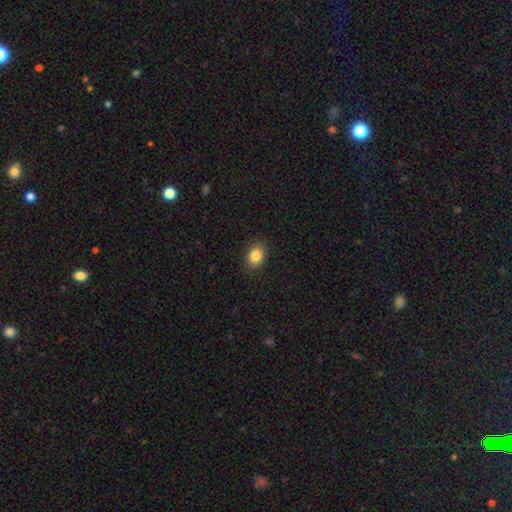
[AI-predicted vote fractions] Overall: smooth (85%). How rounded: in between (67%; round 32%). Merging: none (89%).